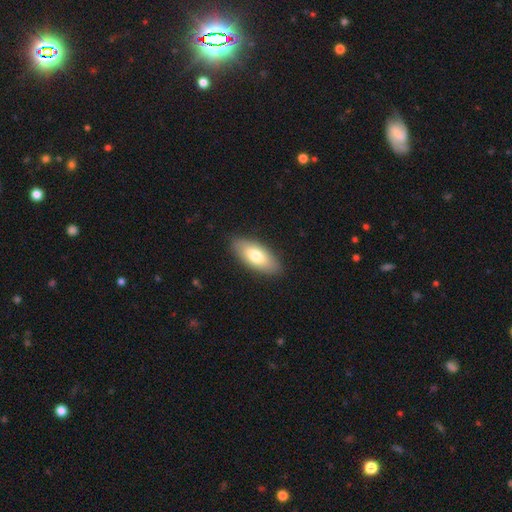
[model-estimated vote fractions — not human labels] Smooth or featured? Predicted: smooth (p=0.75). How rounded? Predicted: in between (p=0.86). Merging? Predicted: none (p=0.87).